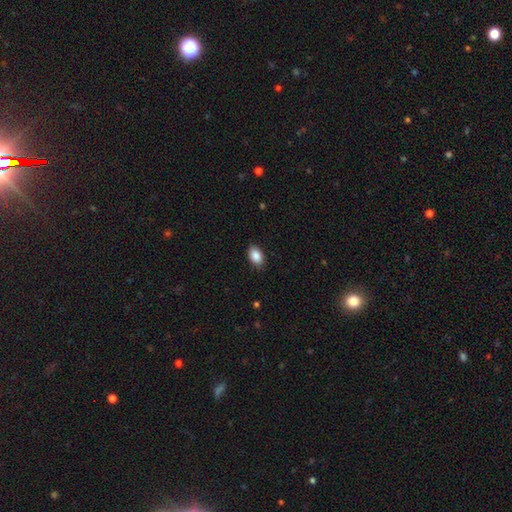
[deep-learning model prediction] A smooth galaxy with no disk features (88%) that is in between round and cigar-shaped (89%).

Vote fractions:
- Smooth or featured? smooth: 88% / star or artifact: 7% / featured or disk: 5%
- How rounded? in between: 89% / round: 9% / cigar-shaped: 1%
- Merging? none: 87% / minor disturbance: 10% / major disturbance: 2% / merger: 1%